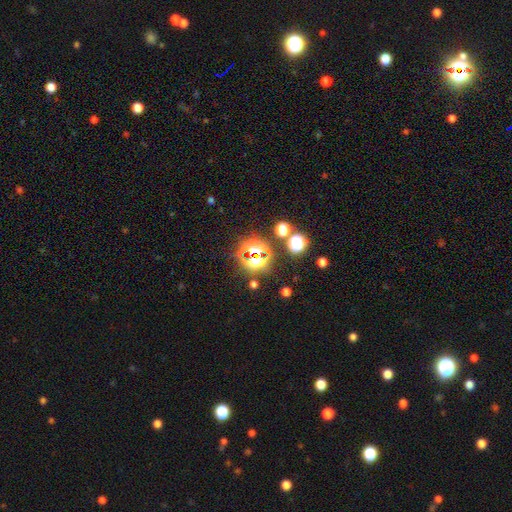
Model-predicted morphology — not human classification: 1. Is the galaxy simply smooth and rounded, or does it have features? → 69% star or artifact, 22% smooth, 10% featured or disk.